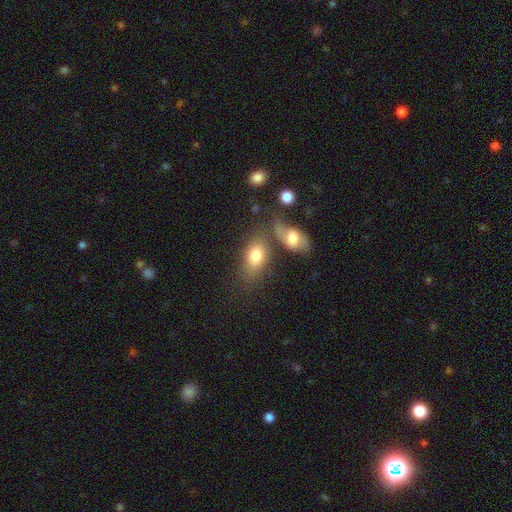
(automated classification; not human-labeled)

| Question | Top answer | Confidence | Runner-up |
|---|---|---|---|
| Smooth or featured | smooth | 76% | featured or disk (15%) |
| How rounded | in between | 86% | round (11%) |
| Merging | none | 55% | merger (24%) |